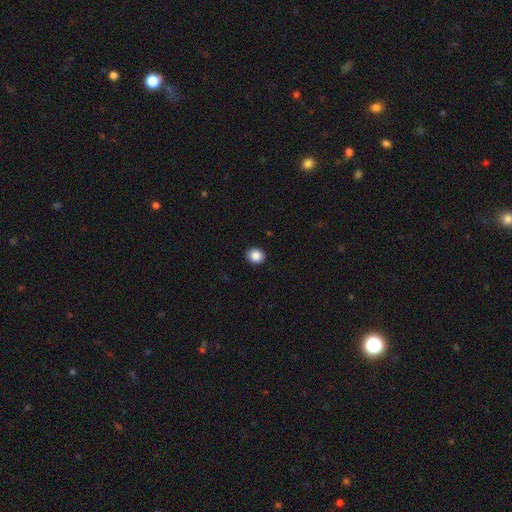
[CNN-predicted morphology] smooth 88%, star or artifact 9%, featured or disk 3%. Down the decision tree: how rounded — round (73%); merging — none (91%).